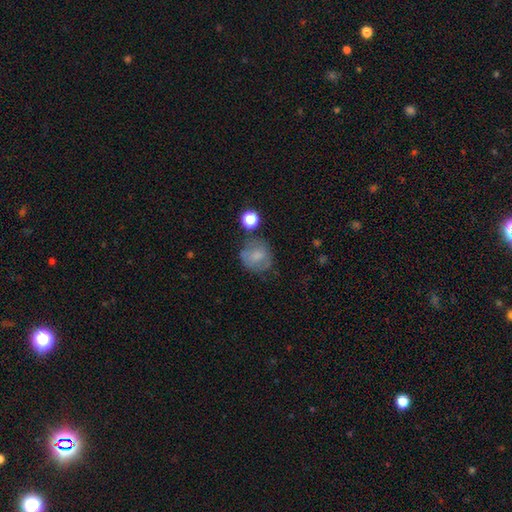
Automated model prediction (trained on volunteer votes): The model was most divided on "merging": none: 57%, minor disturbance: 23%, major disturbance: 13%, merger: 7%. More confident: how rounded — round (77%); smooth or featured — smooth (66%).